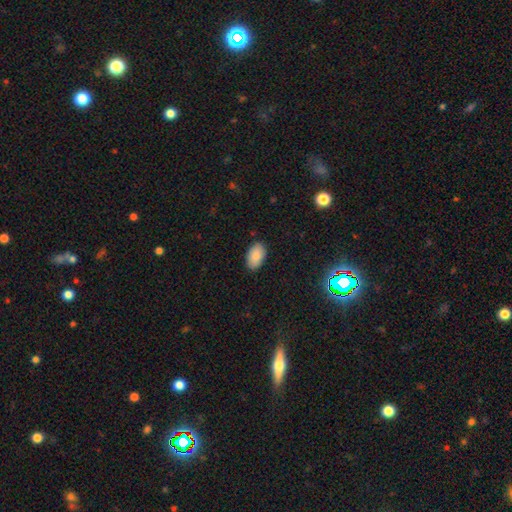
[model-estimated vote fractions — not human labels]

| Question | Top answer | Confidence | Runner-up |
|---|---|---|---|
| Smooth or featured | smooth | 87% | star or artifact (7%) |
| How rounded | in between | 94% | round (5%) |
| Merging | none | 87% | minor disturbance (10%) |